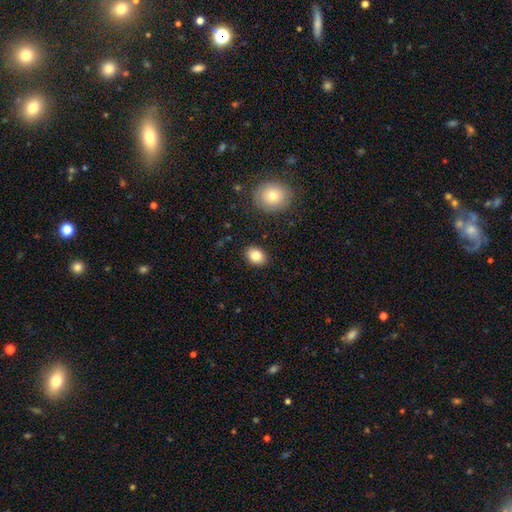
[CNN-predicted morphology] This is clearly a smooth galaxy (82%). How rounded: likely in between (66%). Merging: clearly none (87%).